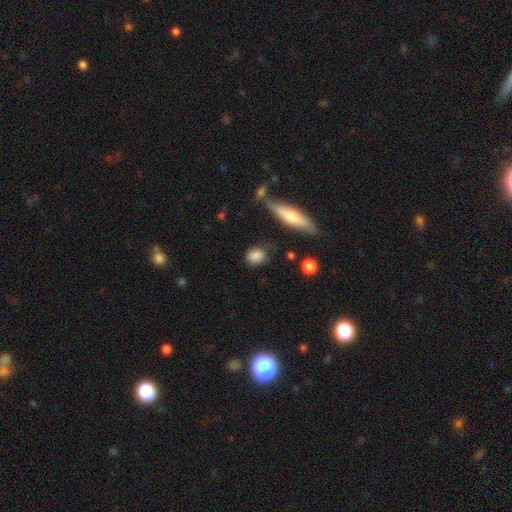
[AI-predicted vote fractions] Smooth or featured? smooth (82%)
How rounded? round (55%)
Merging? none (67%)